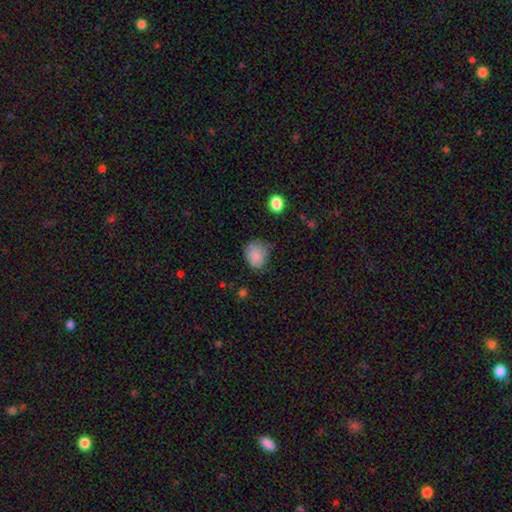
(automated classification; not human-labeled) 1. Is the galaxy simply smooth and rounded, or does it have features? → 82% smooth, 10% star or artifact, 8% featured or disk.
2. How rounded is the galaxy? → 54% round, 45% in between, 1% cigar-shaped.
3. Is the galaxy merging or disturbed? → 56% none, 33% minor disturbance, 9% major disturbance, 2% merger.